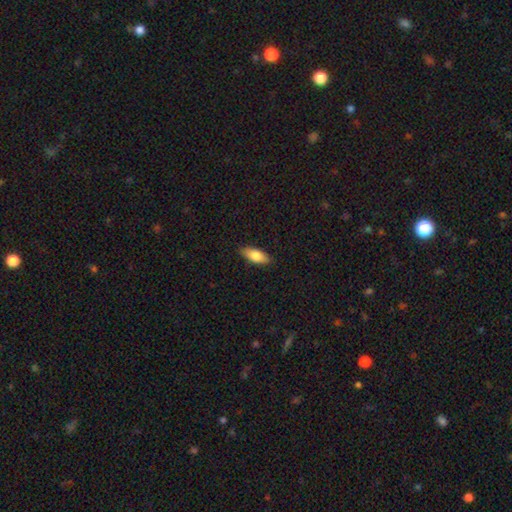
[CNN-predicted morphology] smooth 77%, featured or disk 17%, star or artifact 6%. Down the decision tree: how rounded — in between (81%); merging — none (88%).